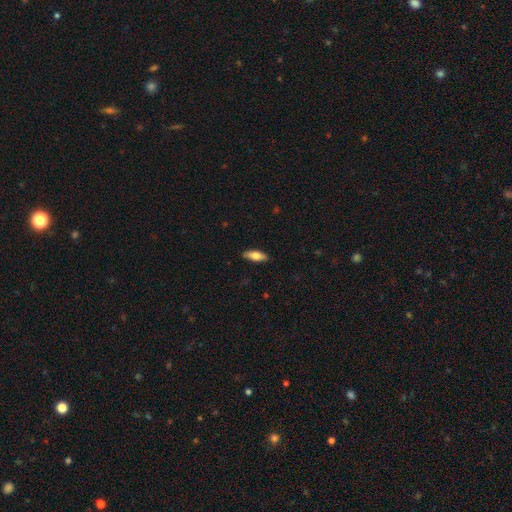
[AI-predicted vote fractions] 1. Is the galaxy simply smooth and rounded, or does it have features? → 68% smooth, 26% featured or disk, 6% star or artifact.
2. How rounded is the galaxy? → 64% in between, 34% cigar-shaped, 2% round.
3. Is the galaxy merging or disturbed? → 89% none, 9% minor disturbance, 2% major disturbance, 1% merger.